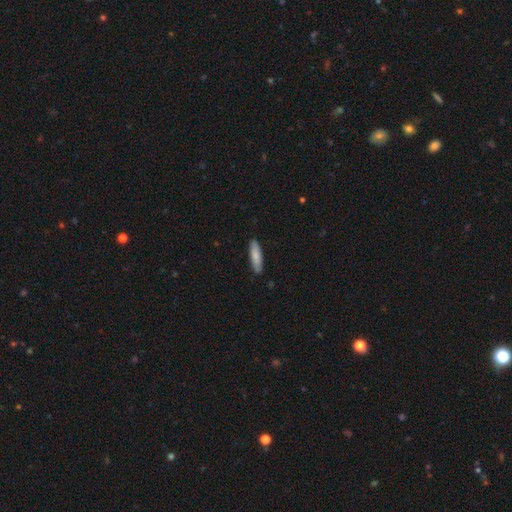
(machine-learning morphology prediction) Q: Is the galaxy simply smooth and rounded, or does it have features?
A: smooth — 83%.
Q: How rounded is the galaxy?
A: cigar-shaped — 71%.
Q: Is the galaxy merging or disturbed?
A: none — 89%.